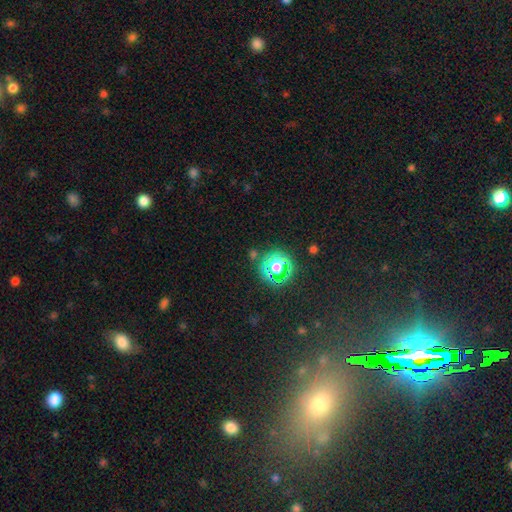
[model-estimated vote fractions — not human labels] smooth-or-featured: star or artifact: 69% | smooth: 23% | featured or disk: 8%